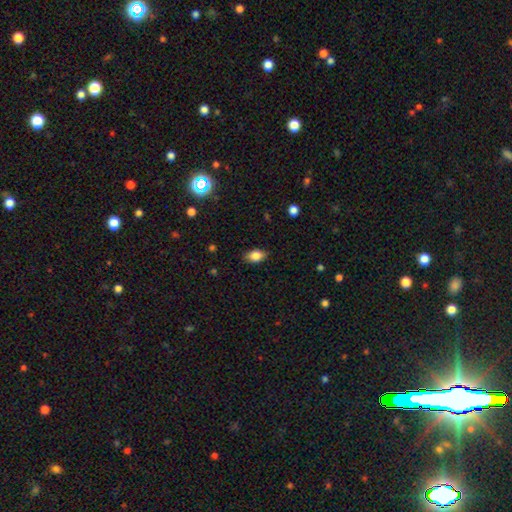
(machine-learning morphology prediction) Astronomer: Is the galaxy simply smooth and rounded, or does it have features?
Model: smooth — 84%.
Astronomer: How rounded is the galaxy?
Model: in between — 86%.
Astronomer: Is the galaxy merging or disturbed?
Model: none — 84%.